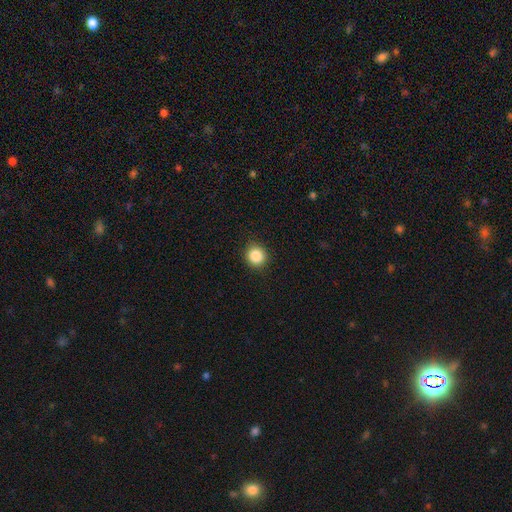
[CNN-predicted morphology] smooth-or-featured: smooth: 87% | star or artifact: 10% | featured or disk: 4%
  how-rounded: round: 89% | in between: 10% | cigar-shaped: 1%
  merging: none: 90% | minor disturbance: 7% | major disturbance: 2% | merger: 1%